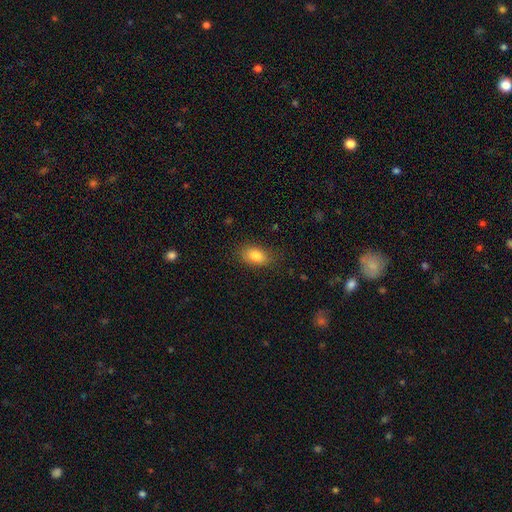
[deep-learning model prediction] Overall: smooth (83%). How rounded: in between (88%). Merging: none (82%).